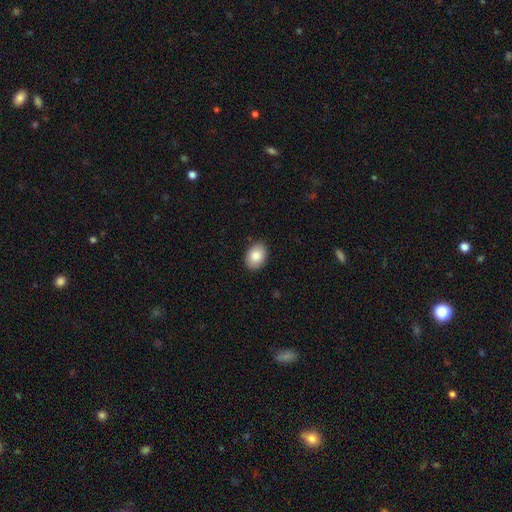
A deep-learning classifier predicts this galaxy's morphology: Smooth or featured: smooth — 86% (star or artifact — 7%)
How rounded: in between — 75% (round — 24%)
Merging: none — 89% (minor disturbance — 9%)